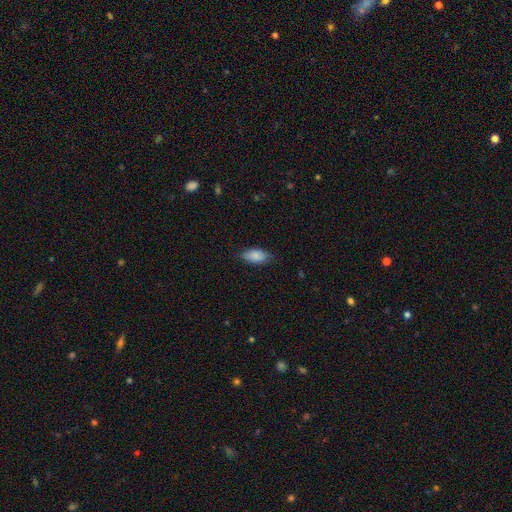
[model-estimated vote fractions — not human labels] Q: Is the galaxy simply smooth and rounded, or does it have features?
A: smooth — 86%.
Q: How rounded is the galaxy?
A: in between — 90%.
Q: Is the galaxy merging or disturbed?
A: none — 79%.